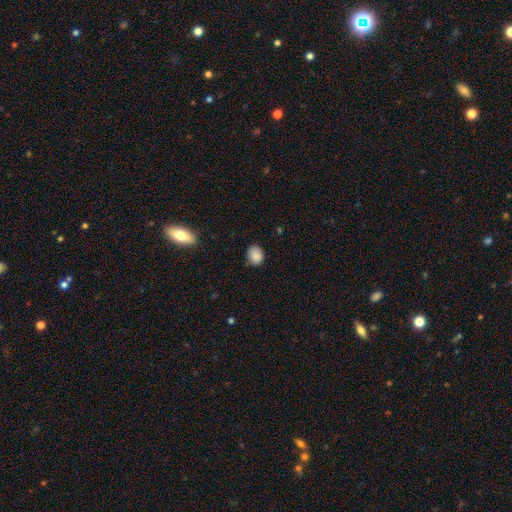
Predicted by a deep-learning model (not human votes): Morphology: type=smooth (87%); roundness=in between (56%); merging=none (73%).